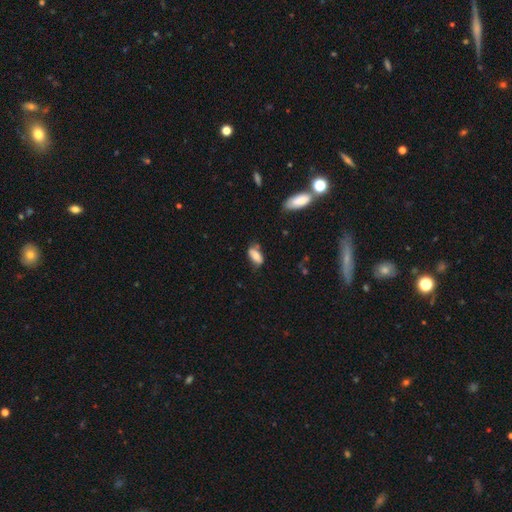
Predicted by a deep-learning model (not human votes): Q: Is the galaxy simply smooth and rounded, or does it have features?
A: smooth — 78%.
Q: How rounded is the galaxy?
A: in between — 85%.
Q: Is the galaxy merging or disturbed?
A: none — 57%.